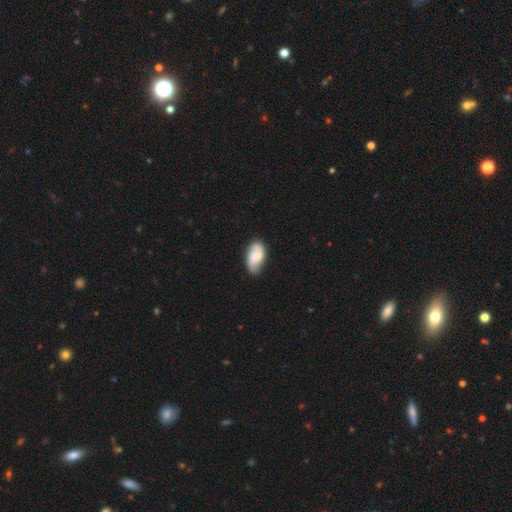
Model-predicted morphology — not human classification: Overall: smooth (57%; featured or disk 36%). How rounded: in between (93%). Merging: none (68%).